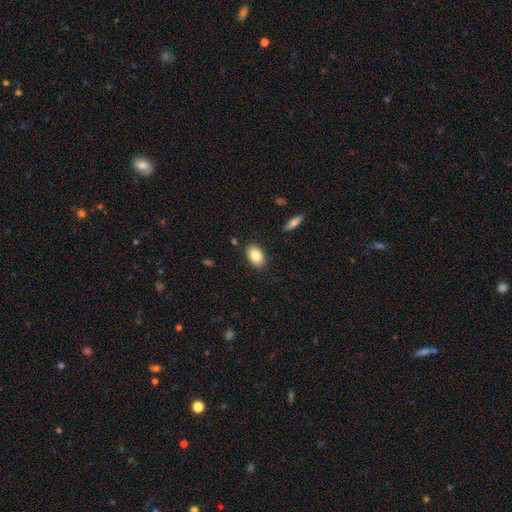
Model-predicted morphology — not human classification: smooth-or-featured: smooth: 82% | featured or disk: 11% | star or artifact: 7%
  how-rounded: in between: 88% | round: 10% | cigar-shaped: 1%
  merging: none: 87% | minor disturbance: 9% | major disturbance: 2% | merger: 2%